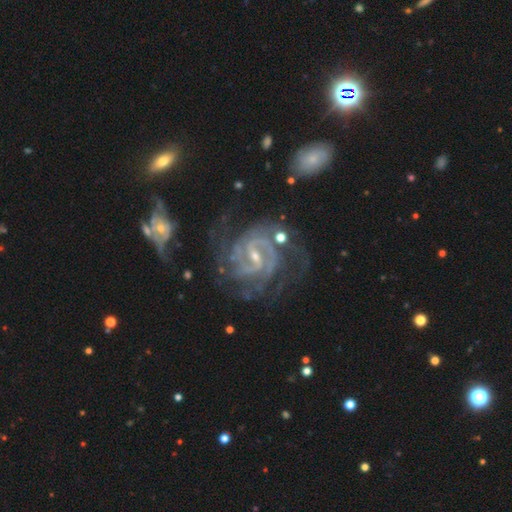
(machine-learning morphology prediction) featured or disk 92%, star or artifact 5%, smooth 3%. Down the decision tree: edge-on disk — no (98%); bar — weak (46%); spiral arms — yes (98%); spiral arm count — 2 (51%); spiral winding — tight (55%); bulge size — small (69%); merging — none (58%).